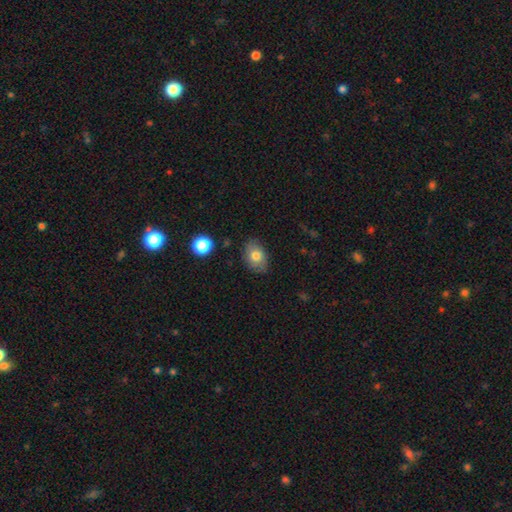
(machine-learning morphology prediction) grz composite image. It shows a smooth galaxy with no disk features (77%) that is in between round and cigar-shaped (74%). Merging: none (79%).